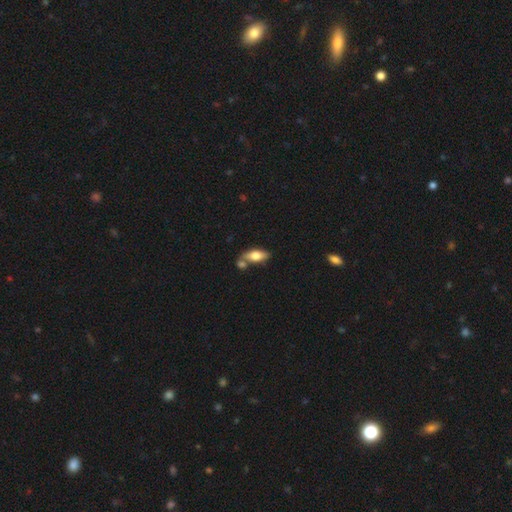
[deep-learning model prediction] Q: Smooth or featured?
A: smooth (66%); runner-up: featured or disk (28%)
Q: How rounded?
A: in between (79%); runner-up: cigar-shaped (17%)
Q: Merging?
A: none (56%); runner-up: merger (26%)